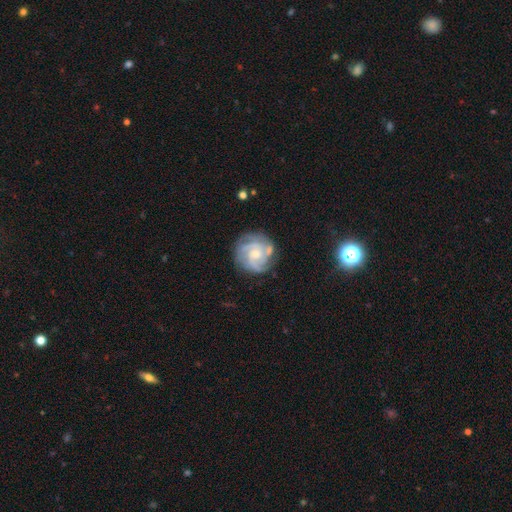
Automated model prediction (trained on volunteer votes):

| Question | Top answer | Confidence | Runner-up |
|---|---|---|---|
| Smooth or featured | featured or disk | 83% | smooth (11%) |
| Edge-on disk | no | 98% | yes (2%) |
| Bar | no | 68% | weak (27%) |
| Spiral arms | yes | 96% | no (4%) |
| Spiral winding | tight | 62% | medium (32%) |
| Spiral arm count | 3 | 37% | can't tell (21%) |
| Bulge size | small | 47% | moderate (44%) |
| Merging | none | 75% | minor disturbance (17%) |